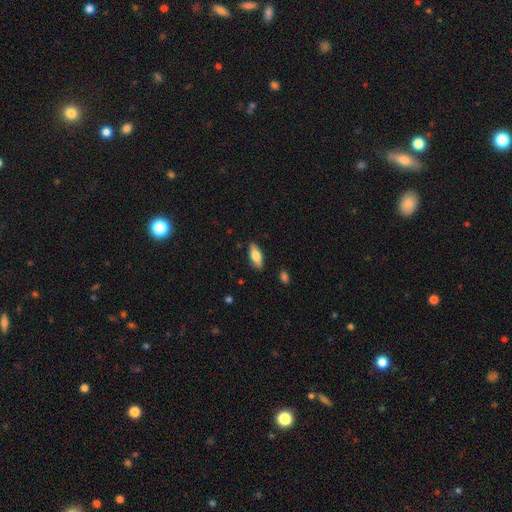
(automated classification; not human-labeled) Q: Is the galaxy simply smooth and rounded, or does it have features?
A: smooth — 70%.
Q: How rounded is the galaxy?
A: in between — 78%.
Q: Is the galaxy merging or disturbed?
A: none — 86%.